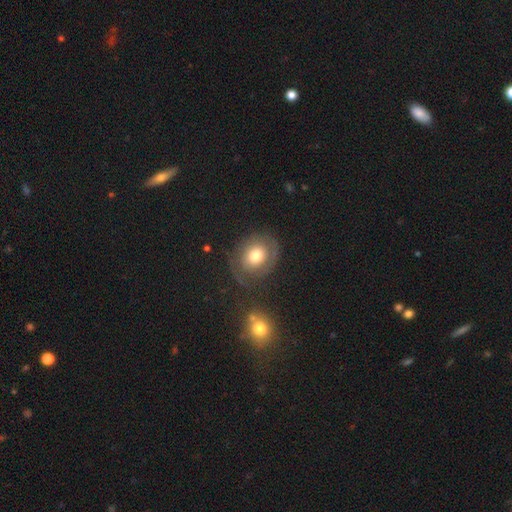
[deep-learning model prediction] This is possibly a smooth galaxy (49%). Merging: likely none (70%).